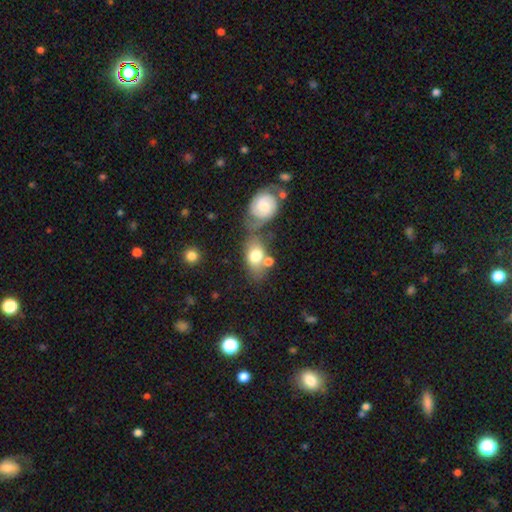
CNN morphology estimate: Smooth or featured: smooth — 67% (featured or disk — 25%)
How rounded: in between — 80% (round — 17%)
Merging: none — 40% (merger — 34%)